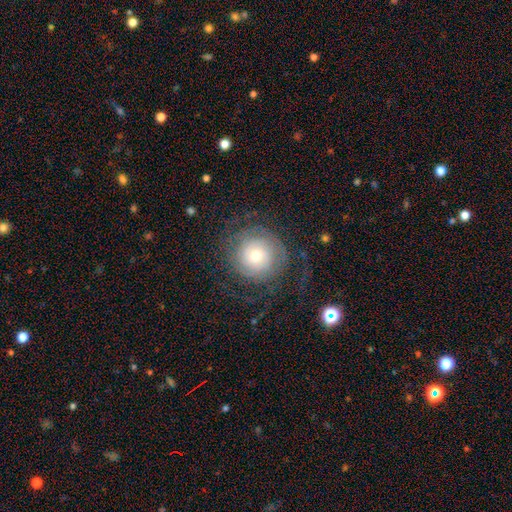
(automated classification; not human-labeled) smooth-or-featured: featured or disk: 67% | smooth: 25% | star or artifact: 9%
  disk-edge-on: no: 97% | yes: 3%
    bar: no: 79% | weak: 17% | strong: 4%
    has-spiral-arms: yes: 88% | no: 12%
      spiral-winding: tight: 66% | medium: 22% | loose: 12%
      spiral-arm-count: can't tell: 37% | 2: 34% | 3: 11% | 1: 7% | 4: 6% | more than 4: 5%
    bulge-size: moderate: 52% | small: 34% | large: 10% | dominant: 2% | none: 1%
  merging: none: 71% | major disturbance: 15% | minor disturbance: 13% | merger: 1%